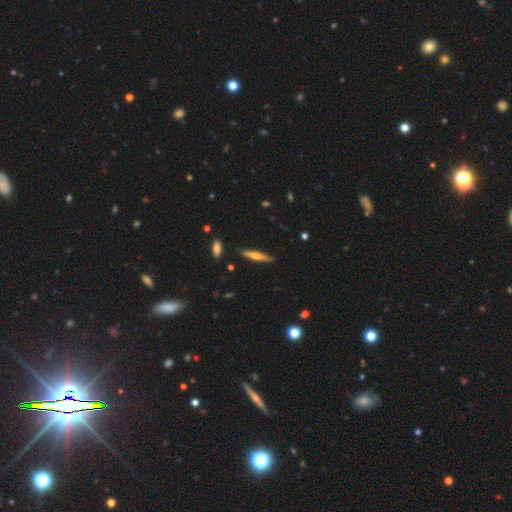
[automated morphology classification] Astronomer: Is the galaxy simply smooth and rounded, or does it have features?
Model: featured or disk — 55% (runner-up: smooth, 38%).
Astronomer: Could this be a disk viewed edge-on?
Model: yes — 96%.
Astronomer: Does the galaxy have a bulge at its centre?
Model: rounded — 86%.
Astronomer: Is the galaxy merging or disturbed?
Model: none — 87%.